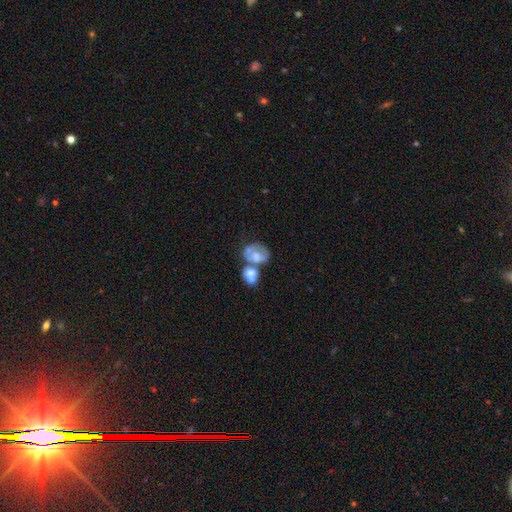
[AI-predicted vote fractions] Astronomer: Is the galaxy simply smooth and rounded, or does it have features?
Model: smooth — 51% (runner-up: featured or disk, 40%).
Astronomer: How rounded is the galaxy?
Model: in between — 64%.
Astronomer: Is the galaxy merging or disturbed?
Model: merger — 65%.